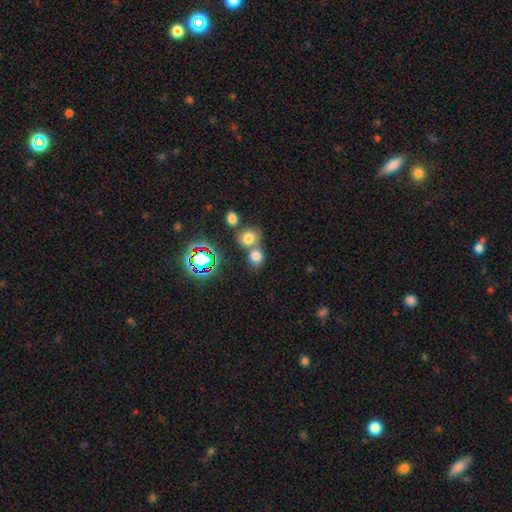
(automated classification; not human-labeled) smooth 73%, star or artifact 19%, featured or disk 8%. Down the decision tree: how rounded — round (70%); merging — none (46%).